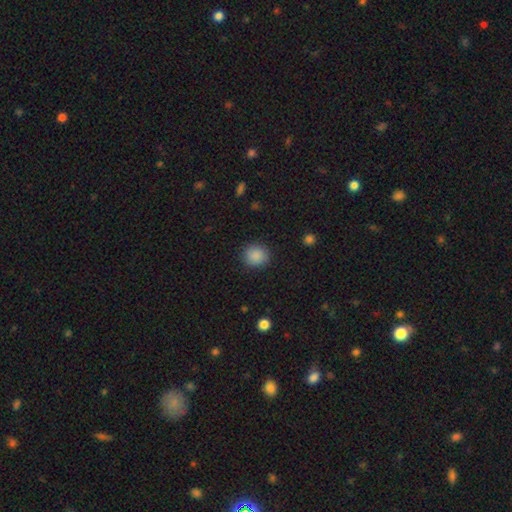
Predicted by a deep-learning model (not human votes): smooth_or_featured: smooth (p=0.88) [alt: star or artifact p=0.09]
how_rounded: round (p=0.81) [alt: in between p=0.18]
merging: none (p=0.89) [alt: minor disturbance p=0.08]